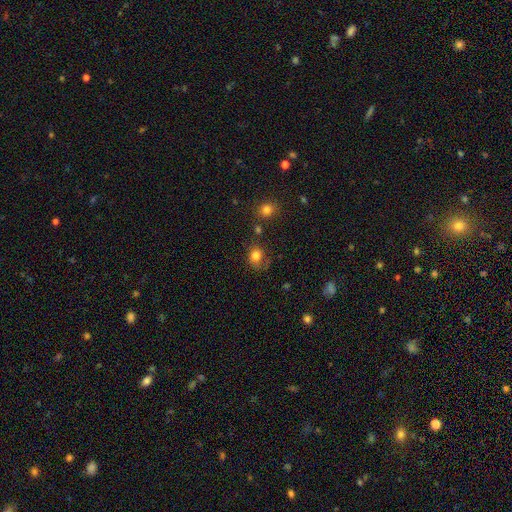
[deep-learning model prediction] Smooth or featured?
  - smooth: 80% *
  - star or artifact: 12%
  - featured or disk: 7%
How rounded?
  - round: 65% *
  - in between: 34%
  - cigar-shaped: 1%
Merging?
  - none: 61% *
  - minor disturbance: 23%
  - major disturbance: 10%
  - merger: 6%